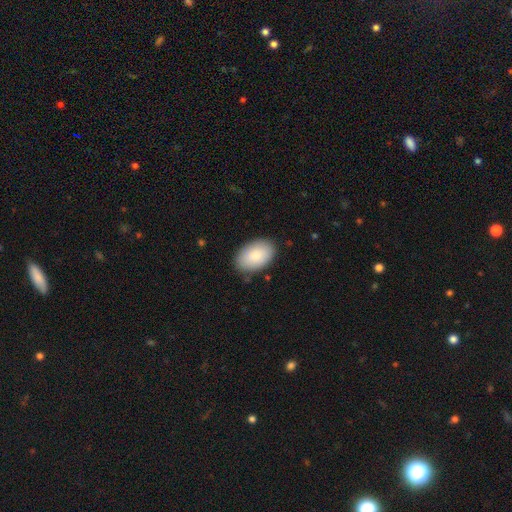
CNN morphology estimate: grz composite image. It shows a smooth galaxy with no disk features (84%) that is in between round and cigar-shaped (92%). Merging: none (86%).